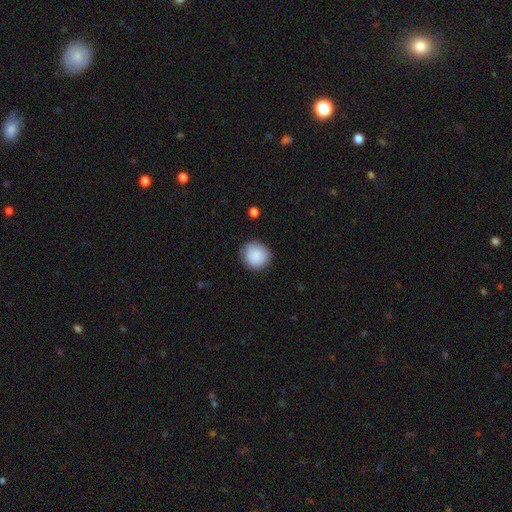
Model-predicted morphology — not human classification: smooth-or-featured: smooth: 86% | featured or disk: 7% | star or artifact: 7%
  how-rounded: round: 90% | in between: 9% | cigar-shaped: 1%
  merging: none: 85% | minor disturbance: 11% | major disturbance: 3% | merger: 1%